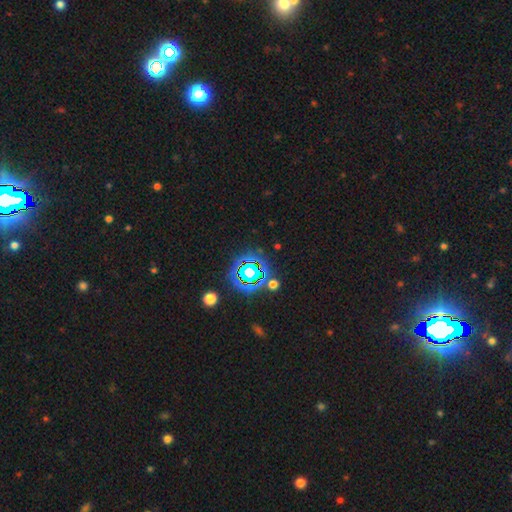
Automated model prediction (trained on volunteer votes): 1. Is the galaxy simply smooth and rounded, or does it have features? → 78% star or artifact, 13% smooth, 9% featured or disk.